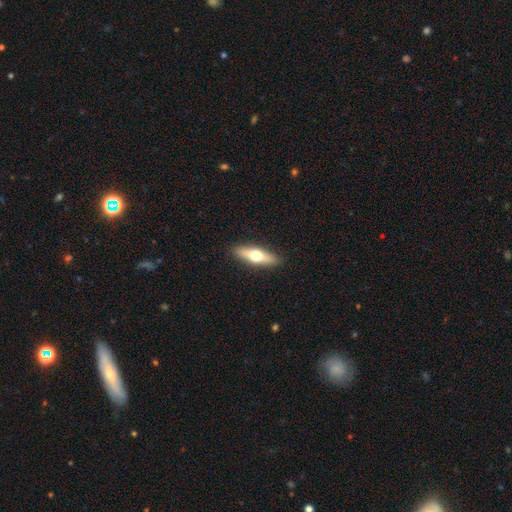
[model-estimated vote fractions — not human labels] Morphology: type=smooth (49%); merging=none (90%).